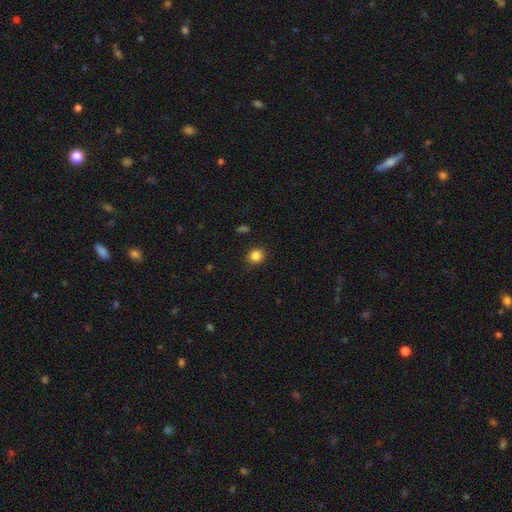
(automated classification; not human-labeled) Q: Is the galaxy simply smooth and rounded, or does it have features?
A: smooth — 85%.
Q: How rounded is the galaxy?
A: round — 79%.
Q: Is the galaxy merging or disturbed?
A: none — 89%.